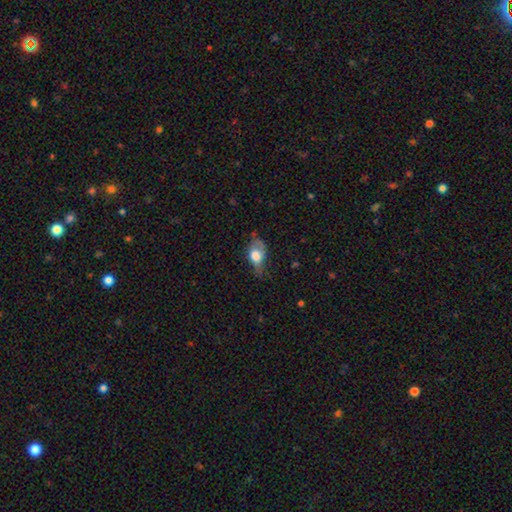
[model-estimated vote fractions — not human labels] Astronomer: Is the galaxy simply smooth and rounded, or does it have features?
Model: smooth — 66%.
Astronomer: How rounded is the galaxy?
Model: in between — 80%.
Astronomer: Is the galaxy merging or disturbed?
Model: minor disturbance — 38% (runner-up: none, 30%).